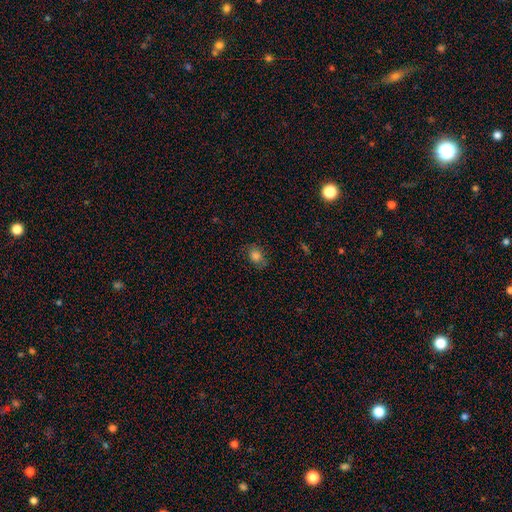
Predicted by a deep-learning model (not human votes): Morphology: type=smooth (78%); roundness=in between (55%); merging=none (74%).